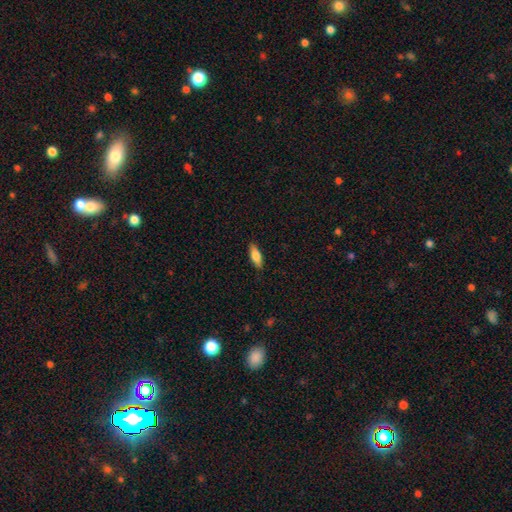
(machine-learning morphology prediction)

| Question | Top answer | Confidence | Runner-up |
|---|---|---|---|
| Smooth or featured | smooth | 78% | featured or disk (15%) |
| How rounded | in between | 64% | cigar-shaped (34%) |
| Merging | none | 87% | minor disturbance (10%) |